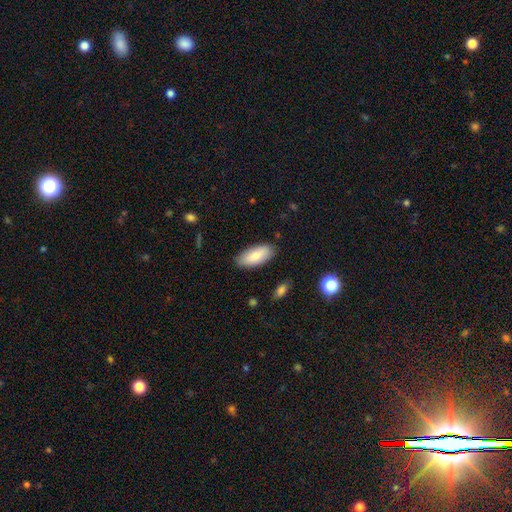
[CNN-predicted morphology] type=smooth (82%); roundness=in between (86%); merging=none (85%).